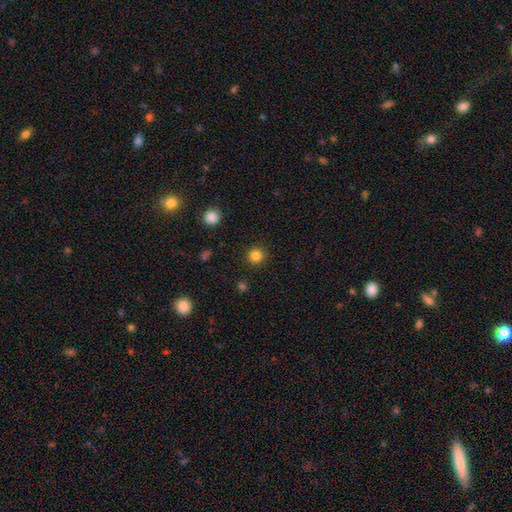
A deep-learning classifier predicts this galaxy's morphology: type=smooth (83%); roundness=round (94%); merging=none (91%).